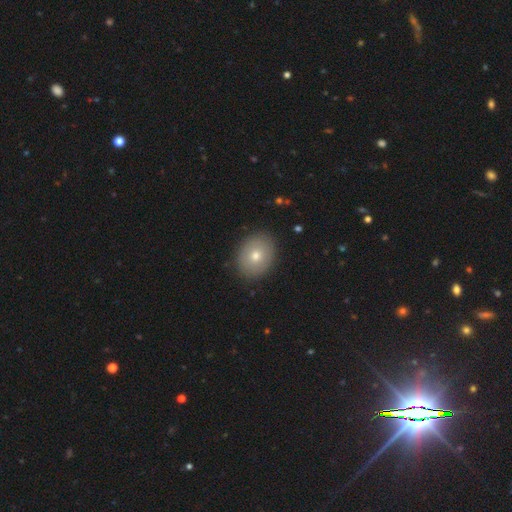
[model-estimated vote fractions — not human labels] smooth-or-featured: smooth: 71% | featured or disk: 20% | star or artifact: 9%
  how-rounded: in between: 52% | round: 47% | cigar-shaped: 1%
  merging: none: 88% | minor disturbance: 8% | major disturbance: 2% | merger: 1%